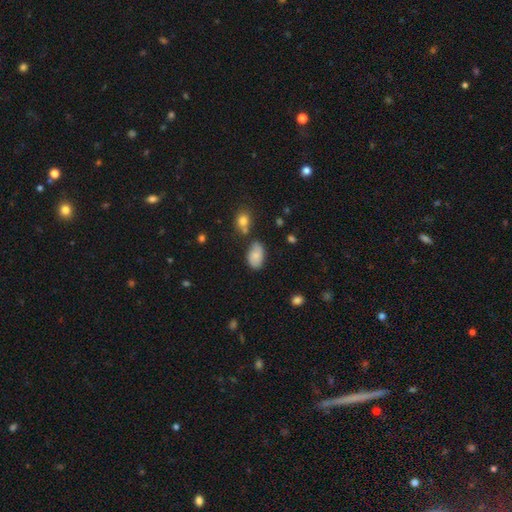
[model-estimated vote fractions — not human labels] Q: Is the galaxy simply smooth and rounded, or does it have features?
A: smooth — 77%.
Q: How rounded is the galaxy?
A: in between — 91%.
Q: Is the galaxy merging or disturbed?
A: none — 66%.